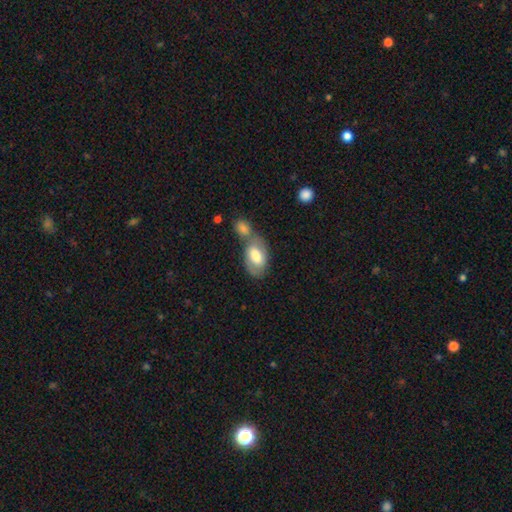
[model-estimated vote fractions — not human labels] Smooth or featured? Predicted: smooth (p=0.65). How rounded? Predicted: in between (p=0.92). Merging? Predicted: merger (p=0.48).